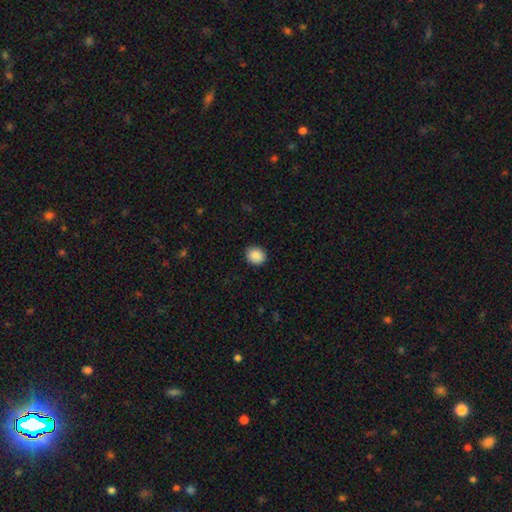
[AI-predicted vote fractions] Smooth or featured: smooth — 89% (star or artifact — 8%)
How rounded: round — 66% (in between — 34%)
Merging: none — 90% (minor disturbance — 7%)